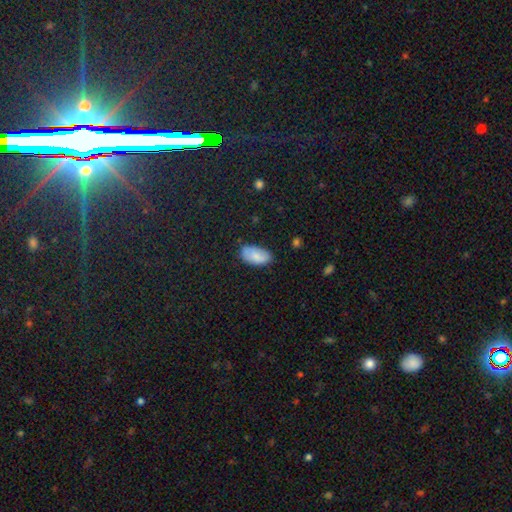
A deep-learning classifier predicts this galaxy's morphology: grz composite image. It shows a smooth galaxy with no disk features (82%) that is in between round and cigar-shaped (95%). Merging: none (74%).